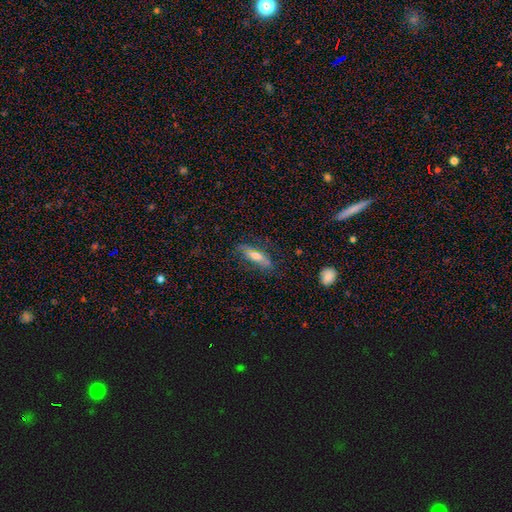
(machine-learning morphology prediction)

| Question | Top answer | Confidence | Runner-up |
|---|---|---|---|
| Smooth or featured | smooth | 54% | featured or disk (39%) |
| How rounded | cigar-shaped | 59% | in between (39%) |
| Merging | none | 70% | minor disturbance (20%) |